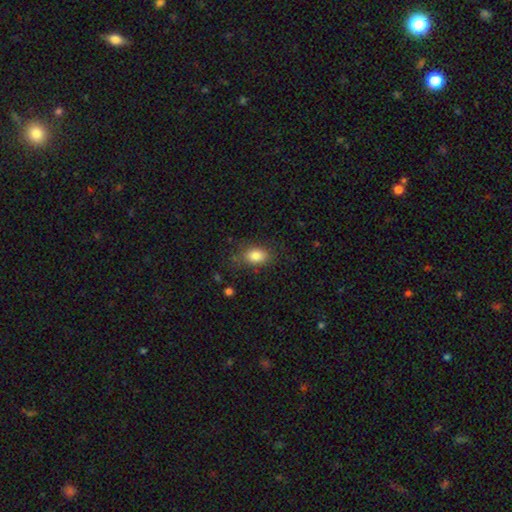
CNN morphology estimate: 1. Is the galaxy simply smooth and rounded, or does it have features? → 83% smooth, 9% star or artifact, 8% featured or disk.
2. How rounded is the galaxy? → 82% in between, 16% round, 2% cigar-shaped.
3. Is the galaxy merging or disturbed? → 76% none, 17% minor disturbance, 6% major disturbance, 2% merger.